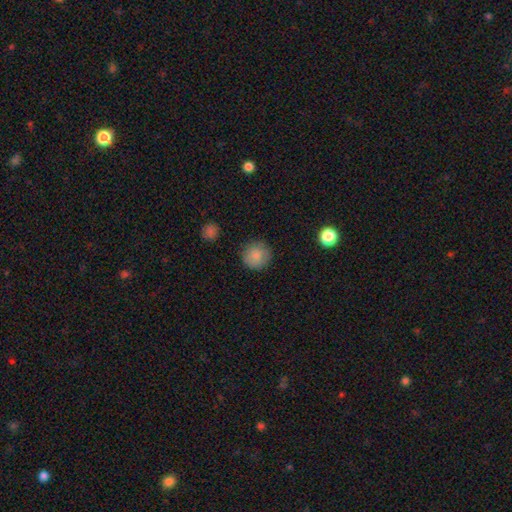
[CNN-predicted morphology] This appears to be a smooth galaxy with no disk features (85%) that is round (94%). Merging: none (88%).